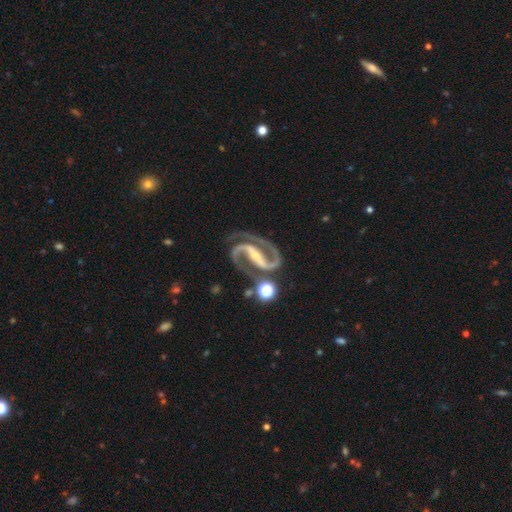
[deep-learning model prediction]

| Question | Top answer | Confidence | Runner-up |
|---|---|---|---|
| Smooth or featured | featured or disk | 94% | star or artifact (4%) |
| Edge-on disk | no | 98% | yes (2%) |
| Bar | strong | 74% | weak (18%) |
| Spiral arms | yes | 99% | no (1%) |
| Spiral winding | medium | 64% | tight (26%) |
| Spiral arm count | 2 | 94% | 3 (1%) |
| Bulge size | small | 70% | moderate (23%) |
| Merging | none | 74% | minor disturbance (14%) |